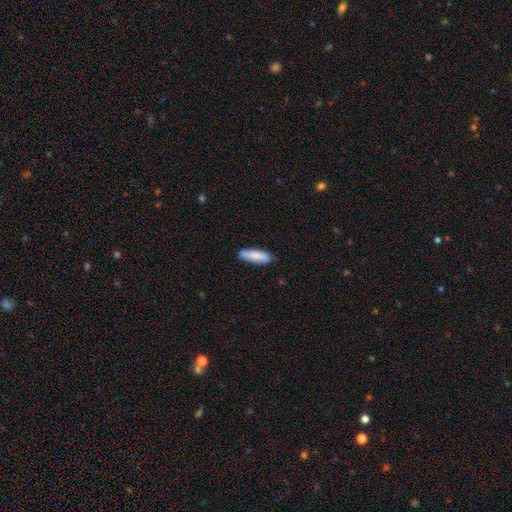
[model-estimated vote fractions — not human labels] smooth-or-featured: smooth: 85% | featured or disk: 10% | star or artifact: 5%
  how-rounded: cigar-shaped: 53% | in between: 46% | round: 2%
  merging: none: 83% | minor disturbance: 14% | major disturbance: 2% | merger: 1%